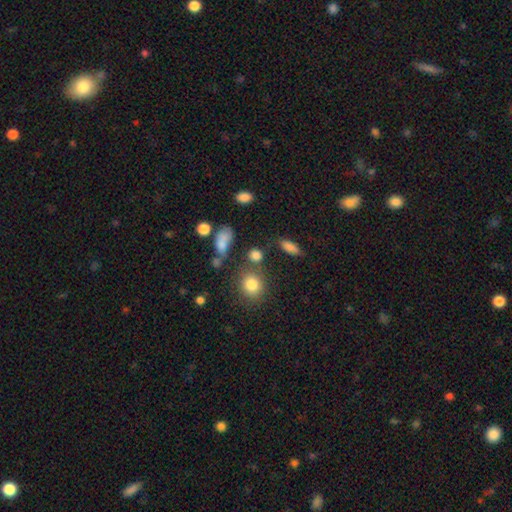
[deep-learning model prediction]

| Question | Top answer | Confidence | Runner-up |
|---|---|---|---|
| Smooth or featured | smooth | 78% | star or artifact (14%) |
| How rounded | round | 64% | in between (32%) |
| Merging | none | 60% | minor disturbance (16%) |